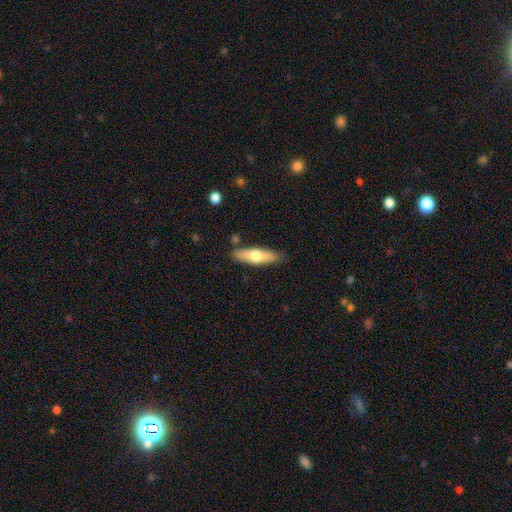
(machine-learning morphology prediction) smooth 59%, featured or disk 36%, star or artifact 5%. Down the decision tree: how rounded — cigar-shaped (58%); merging — none (84%).